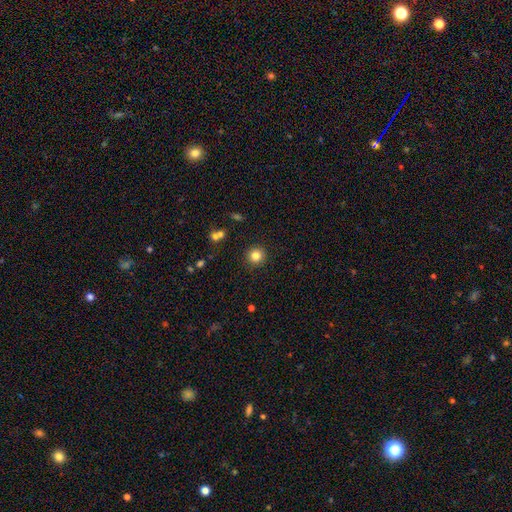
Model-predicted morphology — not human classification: Smooth or featured? smooth (83%)
How rounded? round (94%)
Merging? none (90%)